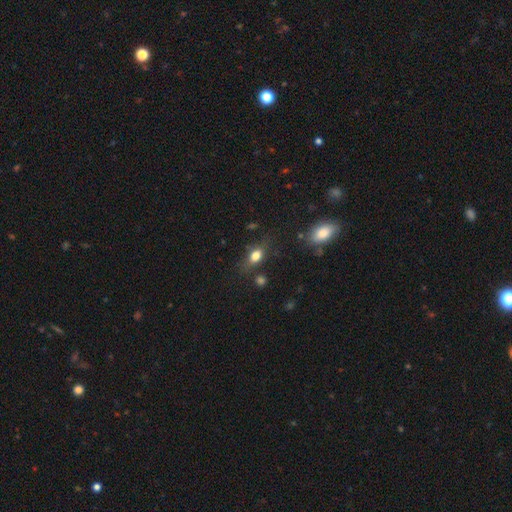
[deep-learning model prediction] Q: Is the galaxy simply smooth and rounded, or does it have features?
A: smooth — 76%.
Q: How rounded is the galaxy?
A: in between — 73%.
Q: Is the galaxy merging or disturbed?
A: none — 70%.